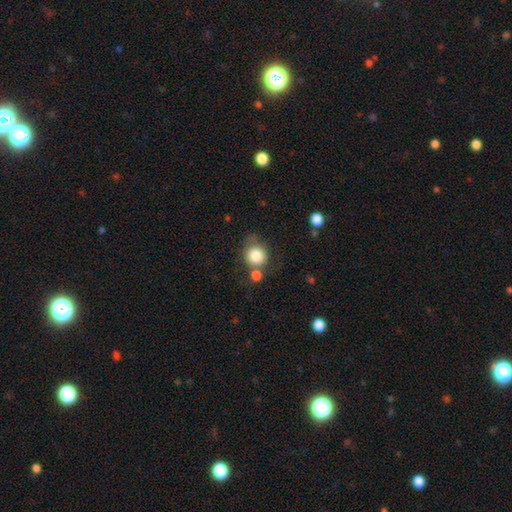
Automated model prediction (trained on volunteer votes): smooth 83%, star or artifact 9%, featured or disk 8%. Down the decision tree: how rounded — round (85%); merging — none (55%).